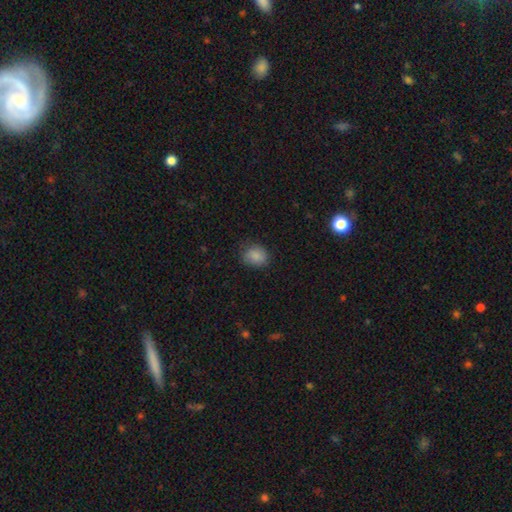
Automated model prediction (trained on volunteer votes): Smooth or featured: smooth — 86% (star or artifact — 8%)
How rounded: round — 58% (in between — 41%)
Merging: none — 78% (minor disturbance — 17%)